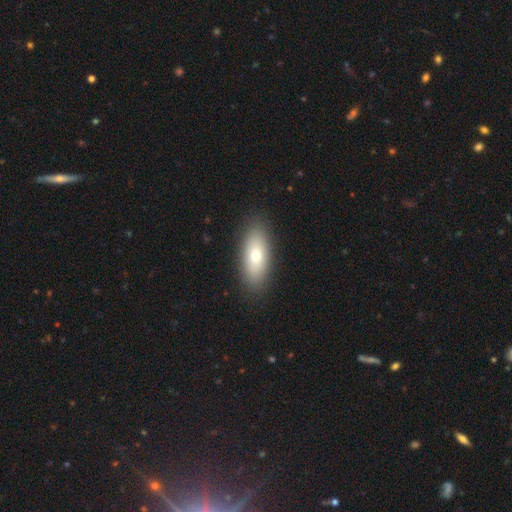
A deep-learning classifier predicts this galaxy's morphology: smooth-or-featured: smooth: 71% | featured or disk: 21% | star or artifact: 7%
  how-rounded: in between: 77% | cigar-shaped: 19% | round: 3%
  merging: none: 89% | minor disturbance: 8% | major disturbance: 2% | merger: 1%